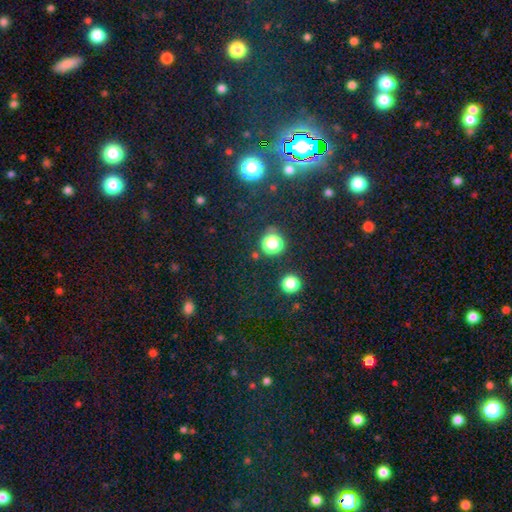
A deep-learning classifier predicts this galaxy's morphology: smooth-or-featured: smooth: 47% (tied) | star or artifact: 47% (tied) | featured or disk: 6%
  merging: none: 86% | minor disturbance: 7% | major disturbance: 4% | merger: 3%